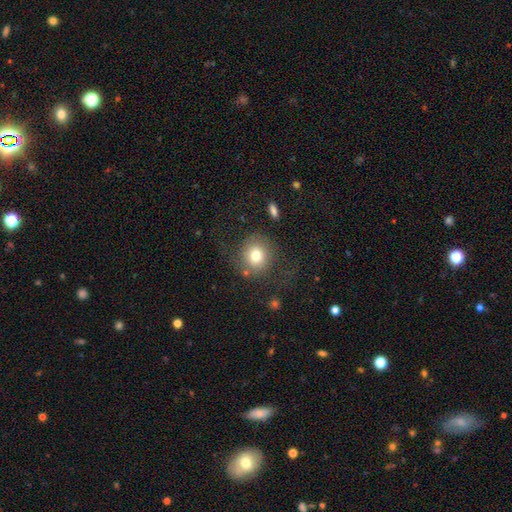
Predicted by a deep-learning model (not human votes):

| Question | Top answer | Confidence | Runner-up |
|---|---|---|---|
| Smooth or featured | smooth | 74% | featured or disk (16%) |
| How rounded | round | 85% | in between (14%) |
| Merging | none | 68% | major disturbance (15%) |